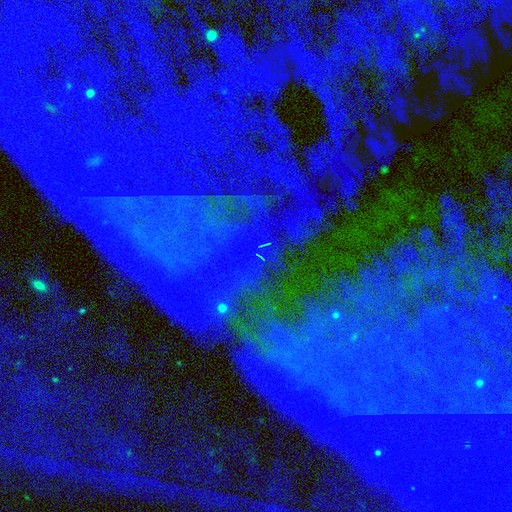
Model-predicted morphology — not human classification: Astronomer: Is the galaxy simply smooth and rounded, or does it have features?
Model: star or artifact — 80%.